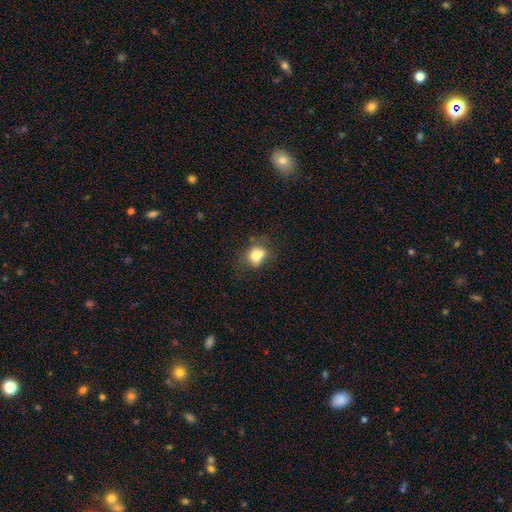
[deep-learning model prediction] Smooth or featured: smooth — 72% (featured or disk — 16%)
How rounded: in between — 56% (round — 43%)
Merging: none — 41% (merger — 29%)